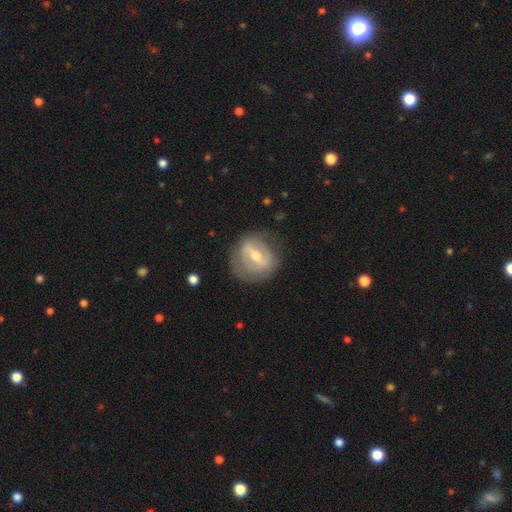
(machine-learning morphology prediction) Q: Smooth or featured?
A: featured or disk (68%); runner-up: smooth (26%)
Q: Edge-on disk?
A: no (93%); runner-up: yes (7%)
Q: Bar?
A: strong (53%); runner-up: weak (35%)
Q: Spiral arms?
A: no (59%); runner-up: yes (41%)
Q: Bulge size?
A: moderate (64%); runner-up: small (31%)
Q: Merging?
A: none (75%); runner-up: minor disturbance (16%)